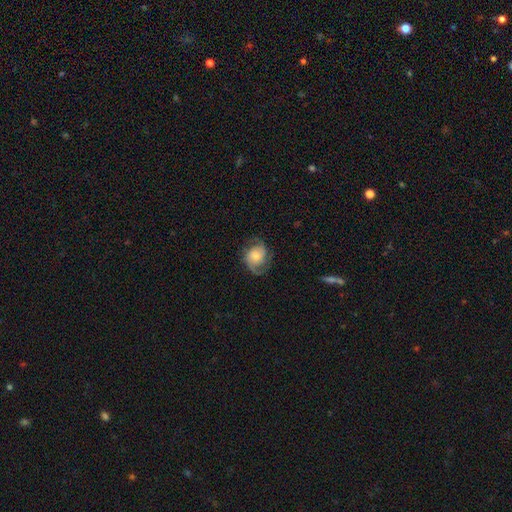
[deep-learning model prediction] Smooth or featured: featured or disk — 71% (smooth — 22%)
Edge-on disk: no — 97% (yes — 3%)
Bar: no — 71% (weak — 24%)
Spiral arms: yes — 93% (no — 7%)
Spiral winding: medium — 45% (tight — 30%)
Spiral arm count: 2 — 77% (1 — 8%)
Bulge size: moderate — 50% (small — 37%)
Merging: none — 69% (minor disturbance — 18%)